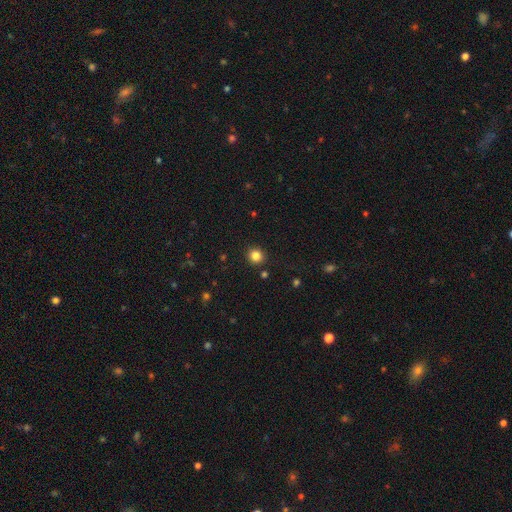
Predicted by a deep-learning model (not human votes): Smooth or featured?
  - smooth: 83% *
  - star or artifact: 12%
  - featured or disk: 4%
How rounded?
  - round: 91% *
  - in between: 8%
  - cigar-shaped: 1%
Merging?
  - none: 91% *
  - minor disturbance: 6%
  - major disturbance: 2%
  - merger: 2%